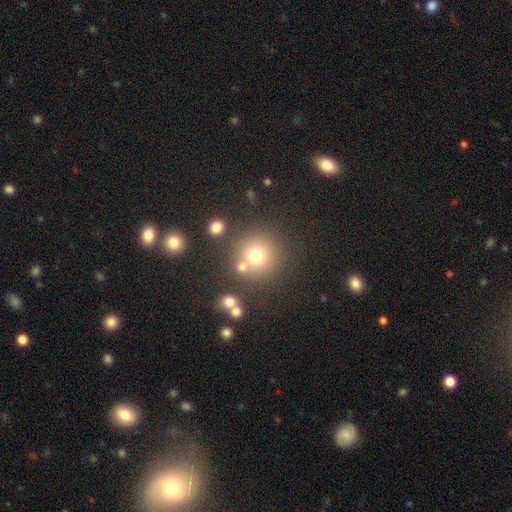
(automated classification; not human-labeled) Overall: smooth (72%). How rounded: round (93%). Merging: none (71%).